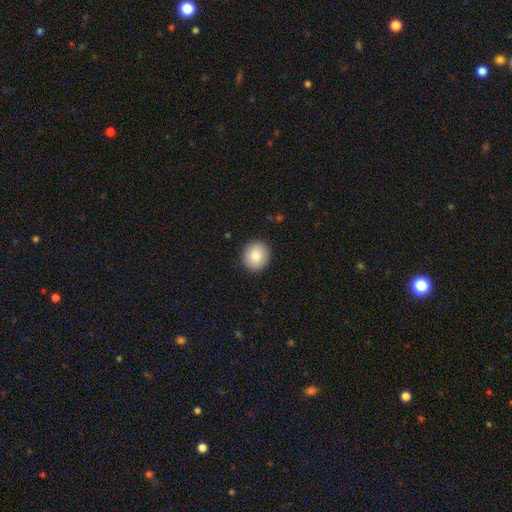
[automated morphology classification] smooth_or_featured: smooth (p=0.86) [alt: star or artifact p=0.08]
how_rounded: round (p=0.88) [alt: in between p=0.12]
merging: none (p=0.91) [alt: minor disturbance p=0.06]